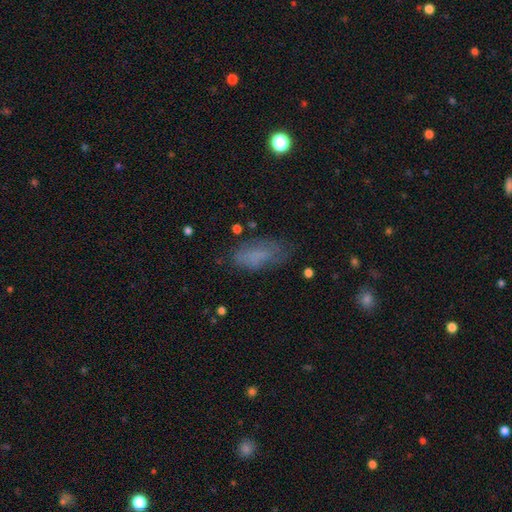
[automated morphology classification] Smooth or featured?
  - smooth: 70% *
  - featured or disk: 17%
  - star or artifact: 12%
How rounded?
  - in between: 83% *
  - cigar-shaped: 14%
  - round: 3%
Merging?
  - none: 60% *
  - minor disturbance: 25%
  - major disturbance: 12%
  - merger: 2%